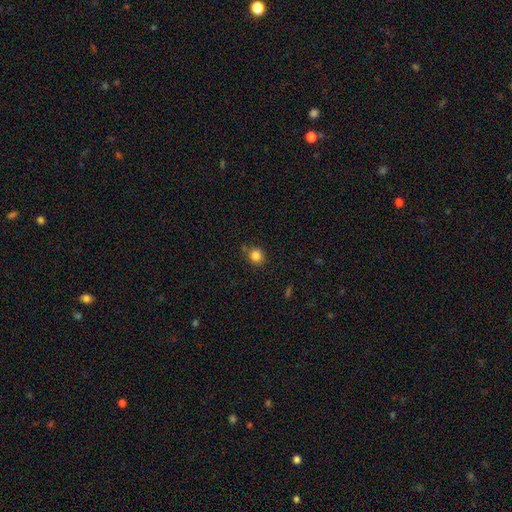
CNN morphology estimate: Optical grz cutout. It shows a smooth galaxy with no disk features (84%) that is round (85%). Merging: none (80%).